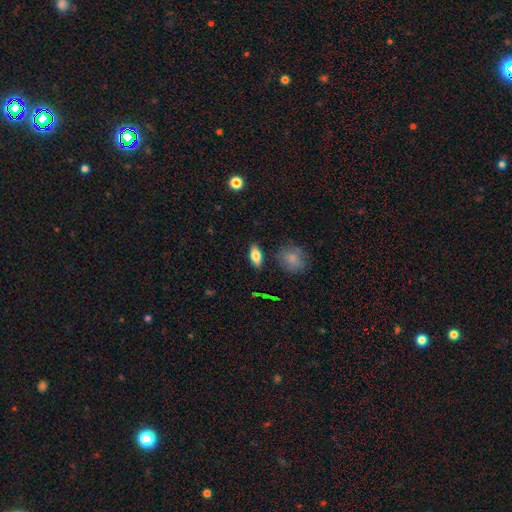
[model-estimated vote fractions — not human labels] A smooth galaxy with no disk features (78%) that is in between round and cigar-shaped (84%).

Vote fractions:
- Smooth or featured? smooth: 78% / featured or disk: 14% / star or artifact: 8%
- How rounded? in between: 84% / cigar-shaped: 11% / round: 5%
- Merging? none: 86% / minor disturbance: 10% / major disturbance: 2% / merger: 2%